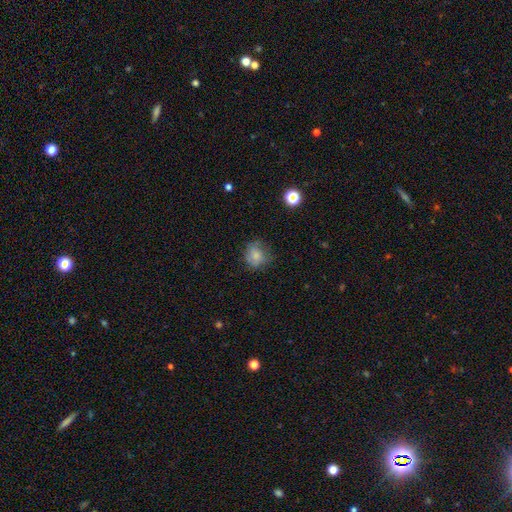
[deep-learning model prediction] Overall: smooth (75%). How rounded: round (72%). Merging: none (63%; minor disturbance 25%).